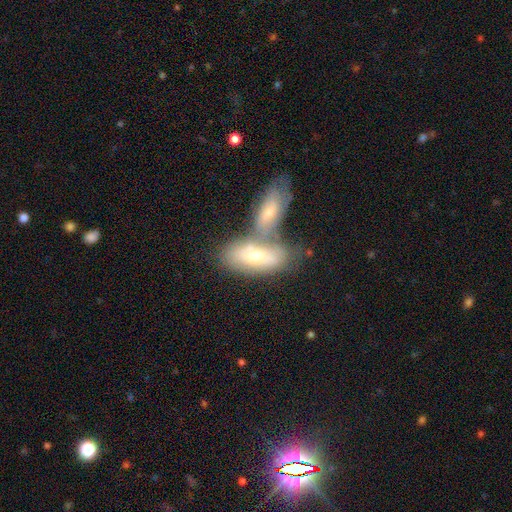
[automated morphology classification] A smooth galaxy with no disk features (60%) that is in between round and cigar-shaped (79%). Merging: merger (54%).